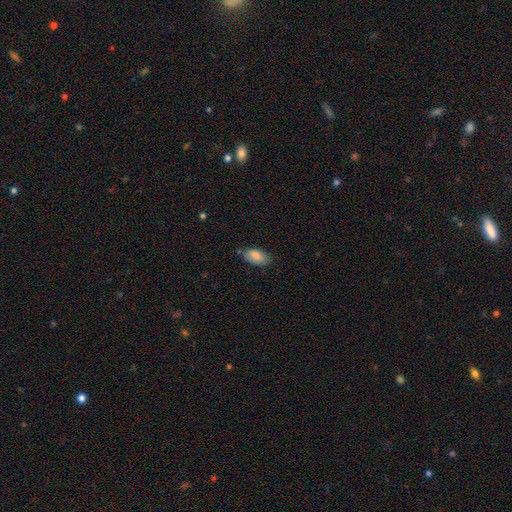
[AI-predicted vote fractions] Smooth or featured? smooth (87%)
How rounded? in between (94%)
Merging? none (74%)